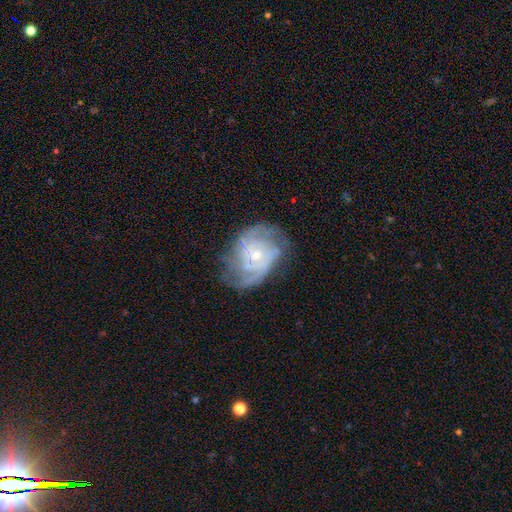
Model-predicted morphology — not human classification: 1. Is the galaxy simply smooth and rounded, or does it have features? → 85% featured or disk, 9% smooth, 6% star or artifact.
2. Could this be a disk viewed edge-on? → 97% no, 3% yes.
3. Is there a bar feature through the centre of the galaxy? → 69% no, 27% weak, 4% strong.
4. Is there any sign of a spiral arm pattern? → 94% yes, 6% no.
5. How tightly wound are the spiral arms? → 51% tight, 37% medium, 11% loose.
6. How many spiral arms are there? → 30% can't tell, 29% 2, 20% 3, 10% 4, 5% more than 4, 5% 1.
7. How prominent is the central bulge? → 66% small, 29% moderate, 2% none, 2% large, 1% dominant.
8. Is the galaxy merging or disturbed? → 63% none, 22% minor disturbance, 12% major disturbance, 2% merger.